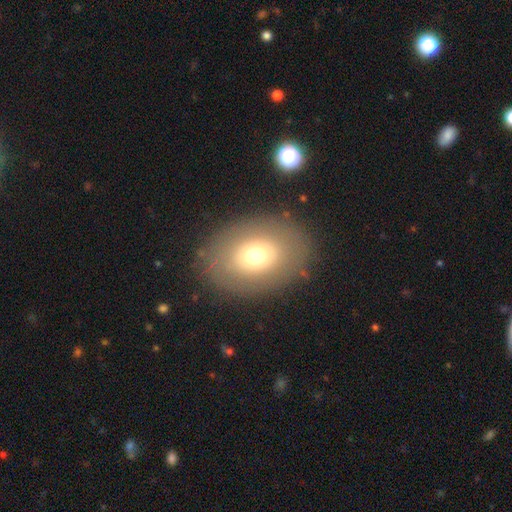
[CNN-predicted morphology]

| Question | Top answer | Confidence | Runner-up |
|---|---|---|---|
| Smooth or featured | smooth | 67% | featured or disk (23%) |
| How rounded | in between | 68% | round (31%) |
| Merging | none | 84% | minor disturbance (10%) |